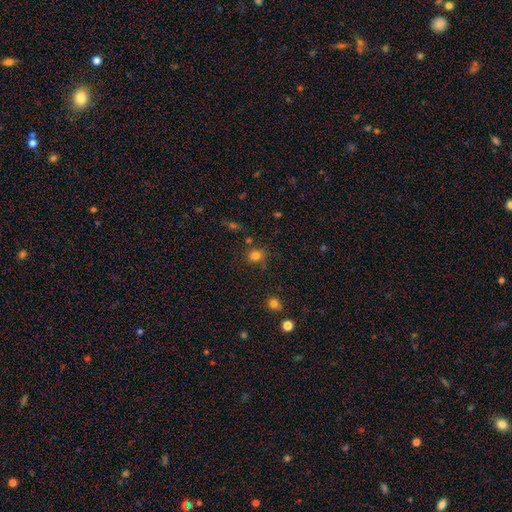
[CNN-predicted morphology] The model was most divided on "how rounded": round: 79%, in between: 20%, cigar-shaped: 1%. More confident: smooth or featured — smooth (79%); merging — none (74%).